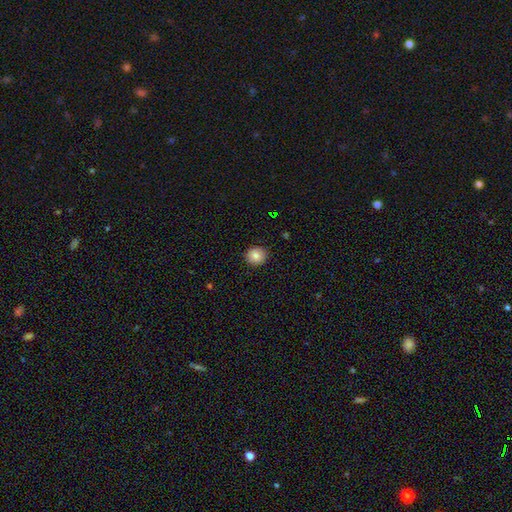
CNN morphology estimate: Smooth or featured: smooth — 82% (star or artifact — 9%)
How rounded: round — 90% (in between — 10%)
Merging: none — 91% (minor disturbance — 7%)